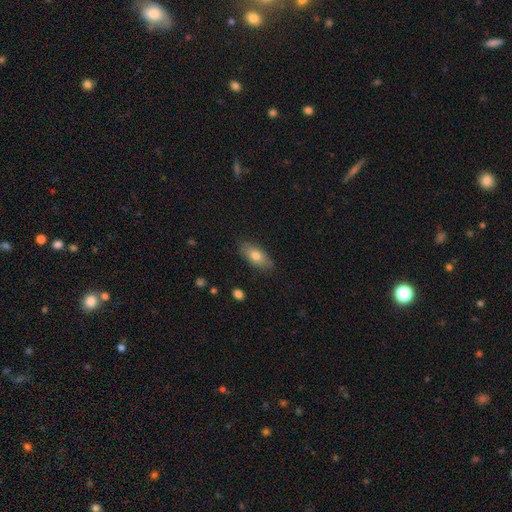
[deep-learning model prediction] The model was most divided on "smooth or featured": smooth: 75%, featured or disk: 18%, star or artifact: 7%. More confident: how rounded — in between (85%); merging — none (84%).